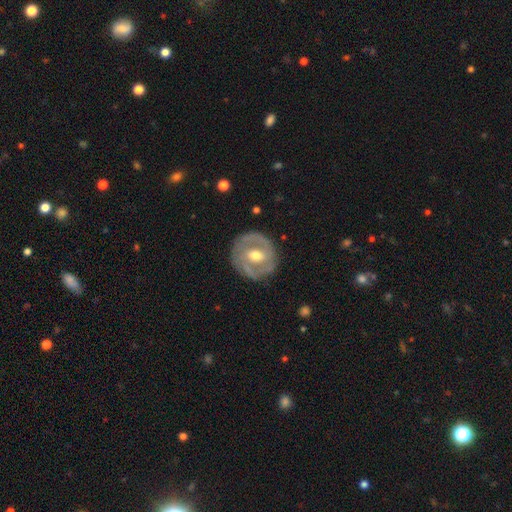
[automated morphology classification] Smooth or featured?
  - featured or disk: 74% *
  - smooth: 22%
  - star or artifact: 5%
Edge-on disk?
  - no: 96% *
  - yes: 4%
Bar?
  - weak: 48% *
  - no: 31%
  - strong: 21%
Spiral arms?
  - yes: 71% *
  - no: 29%
Spiral winding?
  - tight: 50% *
  - medium: 36%
  - loose: 14%
Spiral arm count?
  - 2: 60% *
  - can't tell: 22%
  - 3: 8%
  - 1: 5%
  - 4: 3%
  - more than 4: 2%
Bulge size?
  - moderate: 76% *
  - small: 17%
  - large: 5%
  - none: 1%
  - dominant: 1%
Merging?
  - none: 81% *
  - minor disturbance: 13%
  - major disturbance: 5%
  - merger: 1%